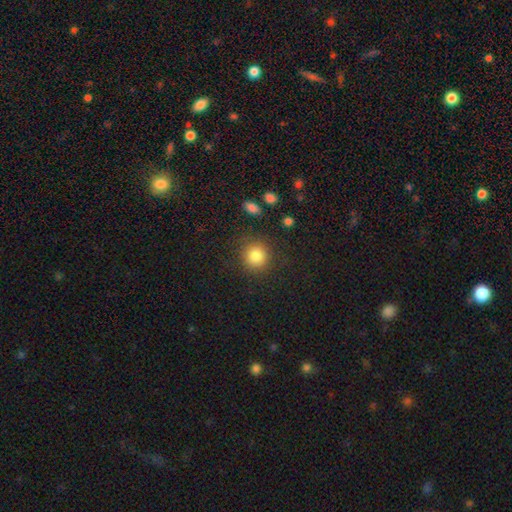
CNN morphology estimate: A smooth galaxy with no disk features (85%) that is round (89%).

Vote fractions:
- Smooth or featured? smooth: 85% / star or artifact: 10% / featured or disk: 5%
- How rounded? round: 89% / in between: 10% / cigar-shaped: 1%
- Merging? none: 84% / minor disturbance: 10% / major disturbance: 4% / merger: 2%